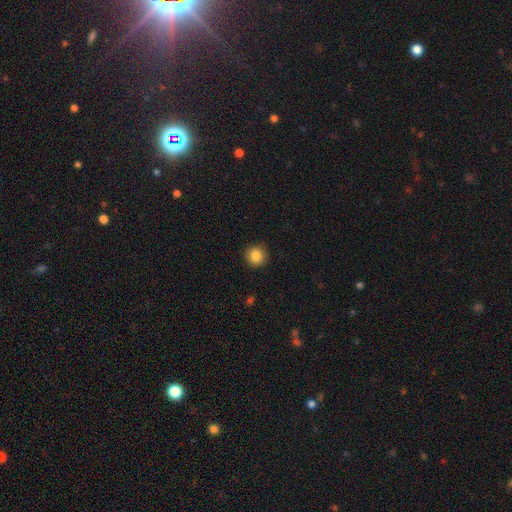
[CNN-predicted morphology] This is clearly a smooth galaxy (85%). How rounded: clearly round (93%). Merging: clearly none (91%).